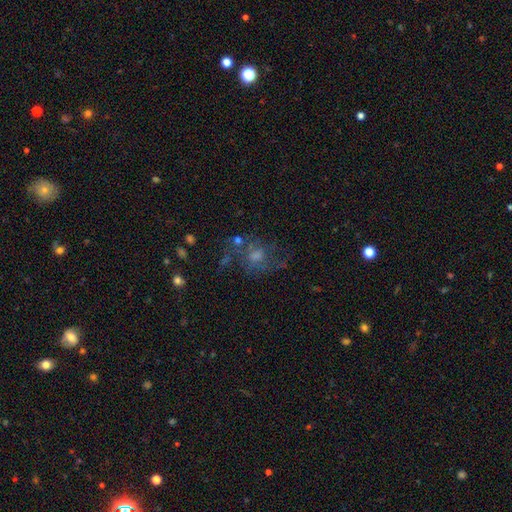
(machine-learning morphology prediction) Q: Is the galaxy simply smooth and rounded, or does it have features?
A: featured or disk — 52%.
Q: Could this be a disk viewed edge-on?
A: no — 96%.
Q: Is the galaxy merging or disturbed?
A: none — 58%.